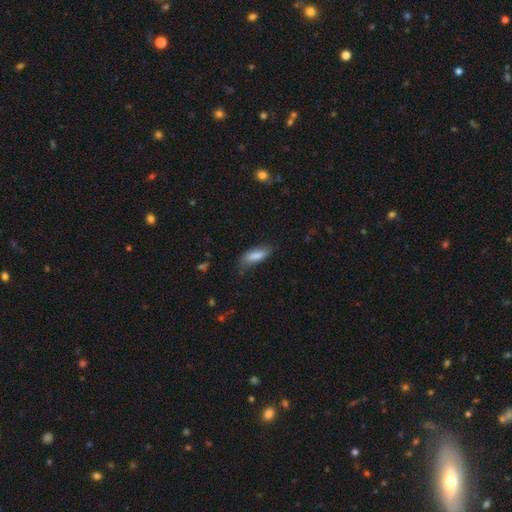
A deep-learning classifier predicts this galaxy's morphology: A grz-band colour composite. It shows a smooth galaxy with no disk features (82%) that is in between round and cigar-shaped (70%). Merging: none (65%).